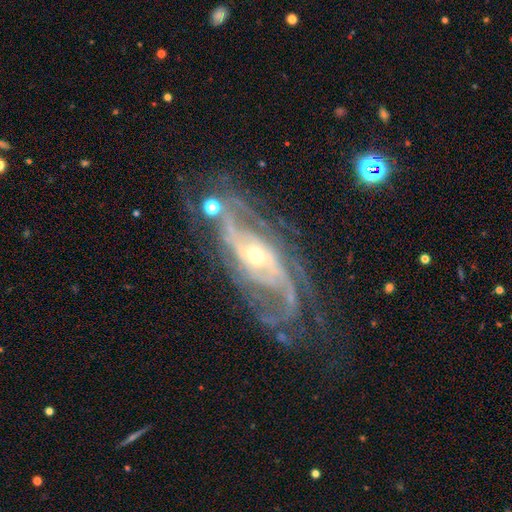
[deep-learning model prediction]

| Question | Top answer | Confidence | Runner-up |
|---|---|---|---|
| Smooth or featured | featured or disk | 89% | star or artifact (6%) |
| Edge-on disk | no | 93% | yes (7%) |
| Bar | no | 48% | weak (31%) |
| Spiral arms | yes | 95% | no (5%) |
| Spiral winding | tight | 42% | tied: medium (42%) |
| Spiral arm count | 2 | 44% | can't tell (20%) |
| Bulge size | small | 53% | moderate (43%) |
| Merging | none | 62% | minor disturbance (19%) |